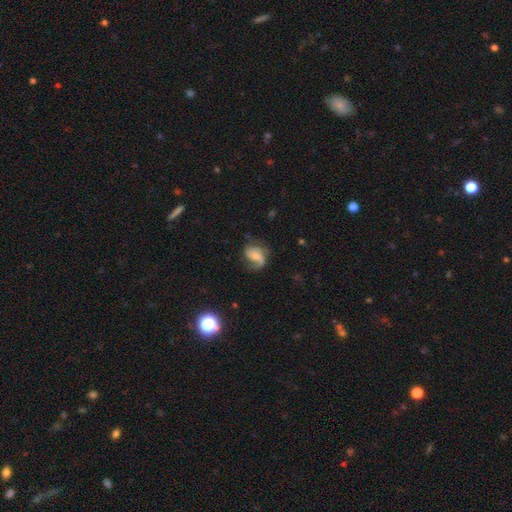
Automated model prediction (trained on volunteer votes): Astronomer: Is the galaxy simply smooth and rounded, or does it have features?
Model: featured or disk — 67%.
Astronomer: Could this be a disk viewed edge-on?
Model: no — 98%.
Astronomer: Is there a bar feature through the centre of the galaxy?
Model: no — 57% (runner-up: weak, 33%).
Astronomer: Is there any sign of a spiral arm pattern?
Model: yes — 91%.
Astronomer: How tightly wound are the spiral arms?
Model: medium — 42% (runner-up: loose, 41%).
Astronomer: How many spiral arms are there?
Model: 2 — 58%.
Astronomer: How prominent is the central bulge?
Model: small — 48% (runner-up: moderate, 27%).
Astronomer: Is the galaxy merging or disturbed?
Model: none — 52%.